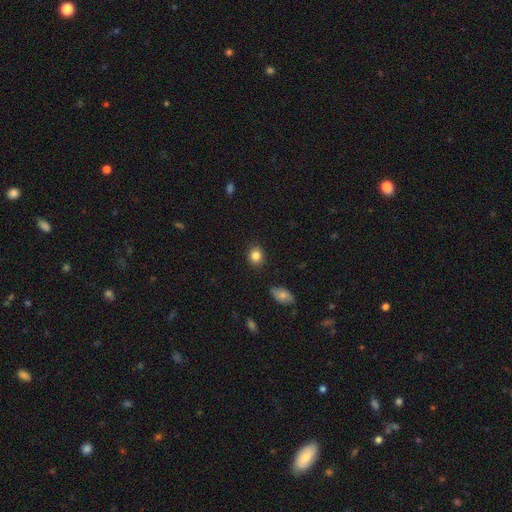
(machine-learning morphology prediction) type=smooth (84%); roundness=round (64%); merging=none (87%).